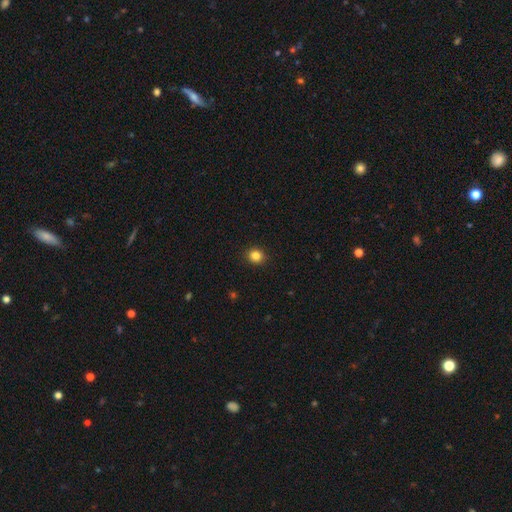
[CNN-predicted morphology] Smooth or featured: smooth — 84% (star or artifact — 11%)
How rounded: round — 81% (in between — 18%)
Merging: none — 91% (minor disturbance — 6%)